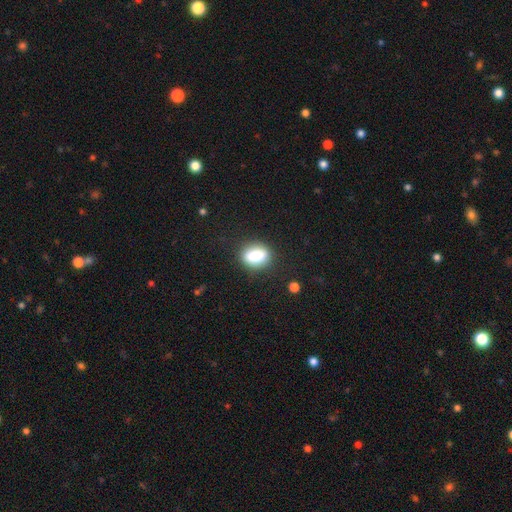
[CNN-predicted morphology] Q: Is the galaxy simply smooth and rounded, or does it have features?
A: smooth — 84%.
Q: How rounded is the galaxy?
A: in between — 71%.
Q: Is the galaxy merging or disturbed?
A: none — 83%.